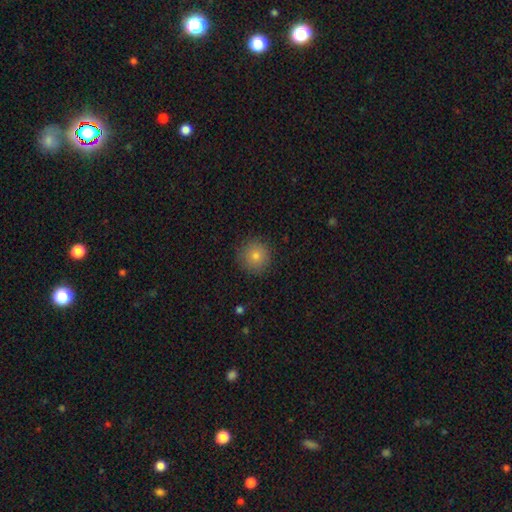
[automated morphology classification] Smooth or featured? Predicted: smooth (p=0.79). How rounded? Predicted: round (p=0.95). Merging? Predicted: none (p=0.91).